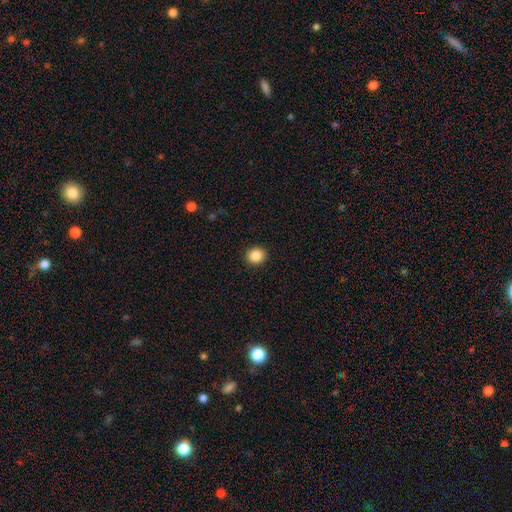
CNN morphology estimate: Smooth or featured?
  - smooth: 86% *
  - star or artifact: 10%
  - featured or disk: 4%
How rounded?
  - round: 87% *
  - in between: 12%
  - cigar-shaped: 1%
Merging?
  - none: 92% *
  - minor disturbance: 5%
  - major disturbance: 2%
  - merger: 1%